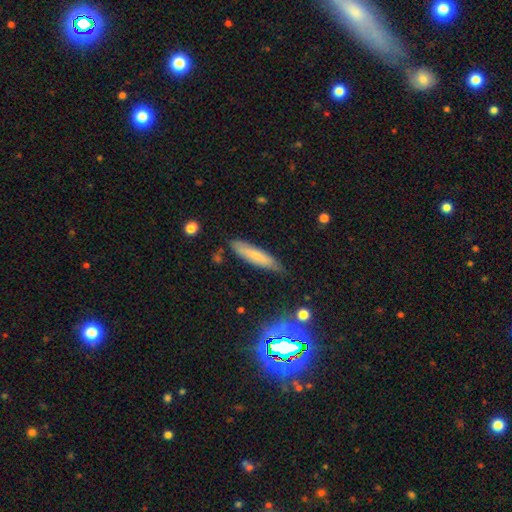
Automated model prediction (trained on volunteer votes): A smooth galaxy with no disk features (67%) that is cigar-shaped (81%). Merging: none (79%).